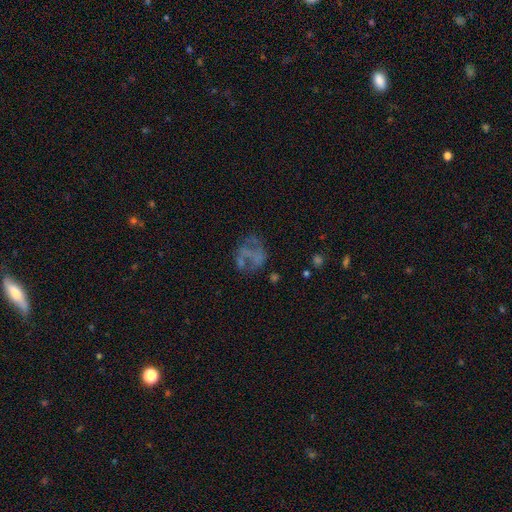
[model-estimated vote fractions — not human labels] This is possibly a featured or disk galaxy (51%). It is clearly not viewed edge-on (98%). Merging: possibly none (46%).